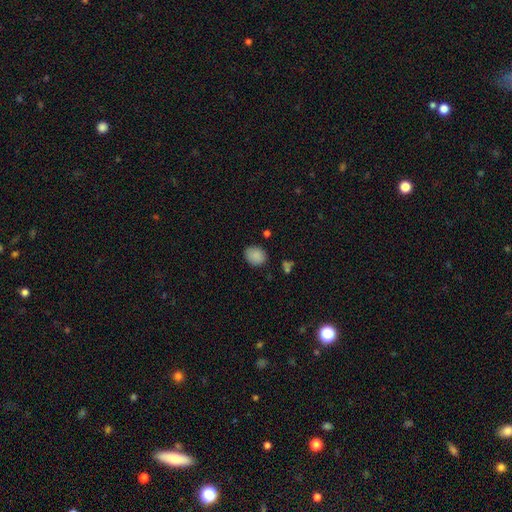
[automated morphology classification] Smooth or featured: smooth — 87% (star or artifact — 9%)
How rounded: round — 52% (in between — 47%)
Merging: none — 80% (minor disturbance — 15%)